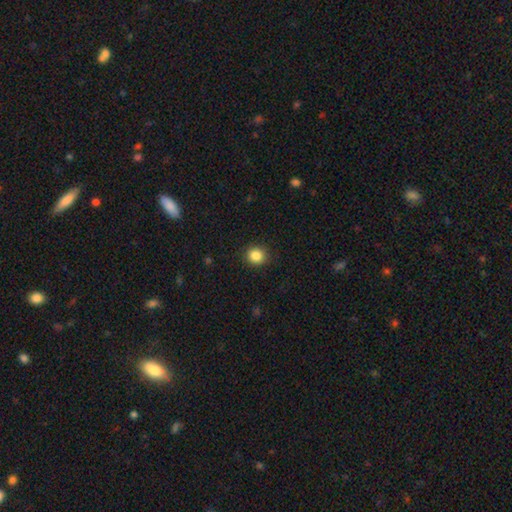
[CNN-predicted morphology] Smooth or featured? smooth (85%)
How rounded? round (89%)
Merging? none (91%)